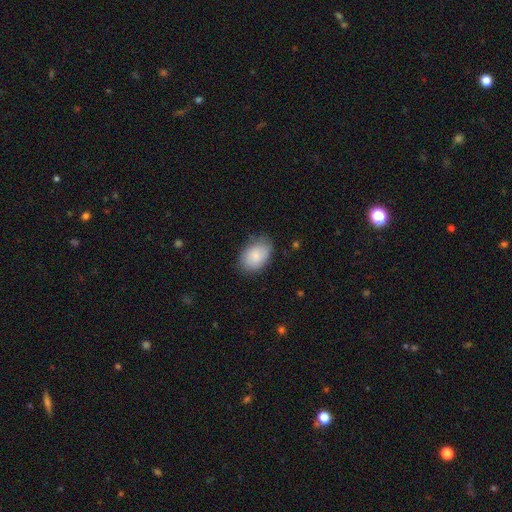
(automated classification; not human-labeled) smooth 84%, featured or disk 10%, star or artifact 6%. Down the decision tree: how rounded — in between (85%); merging — none (75%).